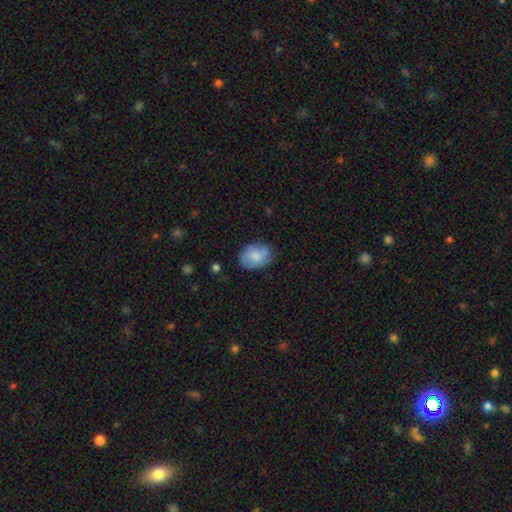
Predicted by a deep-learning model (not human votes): Morphology: type=smooth (76%); roundness=in between (75%); merging=none (72%).